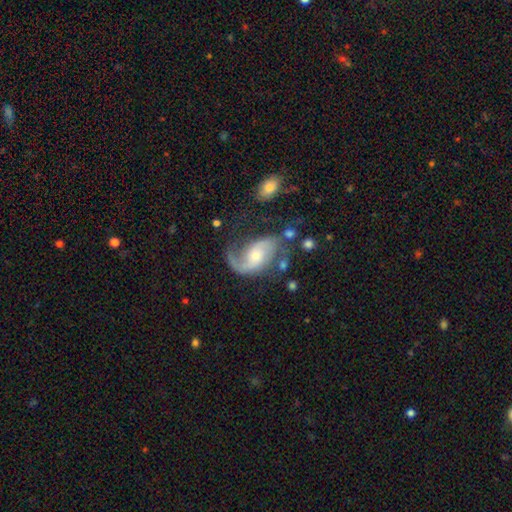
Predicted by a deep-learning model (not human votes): A featured or disk galaxy (84%) with no bar (53%), 2 (63%) loose (51%) spiral arms (96%) and a moderate central bulge (46%).

Vote fractions:
- Smooth or featured? featured or disk: 84% / smooth: 10% / star or artifact: 6%
- Edge-on disk? no: 97% / yes: 3%
- Bar? no: 53% / weak: 37% / strong: 10%
- Spiral arms? yes: 96% / no: 4%
- Spiral winding? loose: 51% / medium: 39% / tight: 11%
- Spiral arm count? 2: 63% / 1: 31% / can't tell: 3% / 3: 1% / 4: 1% / more than 4: 1%
- Bulge size? moderate: 46% / small: 45% / large: 4% / none: 3% / dominant: 1%
- Merging? none: 49% / major disturbance: 24% / minor disturbance: 21% / merger: 6%